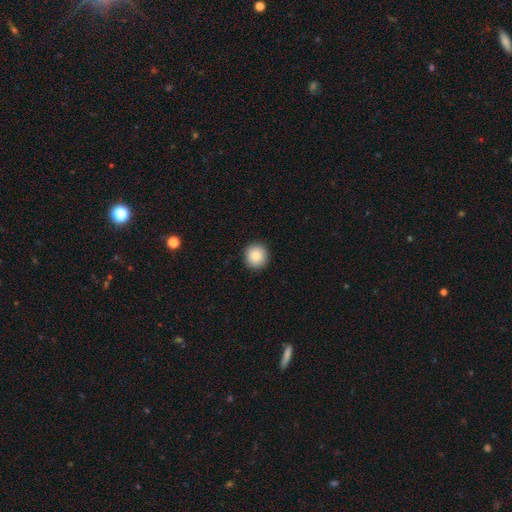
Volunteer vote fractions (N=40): A smooth galaxy with no disk features (88%) that is round (94%).

Vote fractions:
- Smooth or featured? smooth: 88% / star or artifact: 8% / featured or disk: 5%
- How rounded? round: 94% / in between: 6% / cigar-shaped: 0%
- Merging? none: 92% / minor disturbance: 5% / major disturbance: 3% / merger: 0%